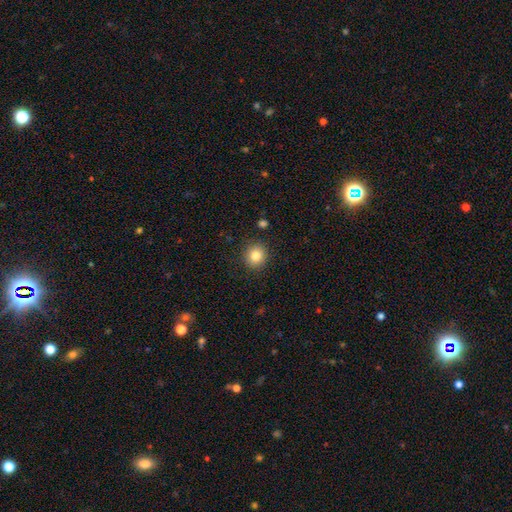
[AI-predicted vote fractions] This is clearly a smooth galaxy (83%). How rounded: clearly round (87%). Merging: clearly none (89%).